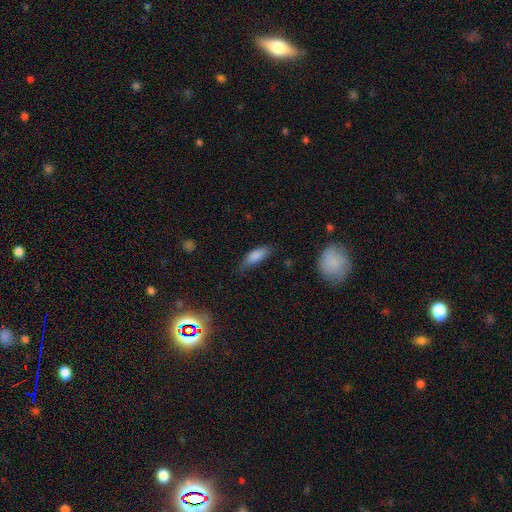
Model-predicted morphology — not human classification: Q: Smooth or featured?
A: smooth (83%); runner-up: featured or disk (10%)
Q: How rounded?
A: in between (72%); runner-up: cigar-shaped (26%)
Q: Merging?
A: none (51%); runner-up: minor disturbance (36%)